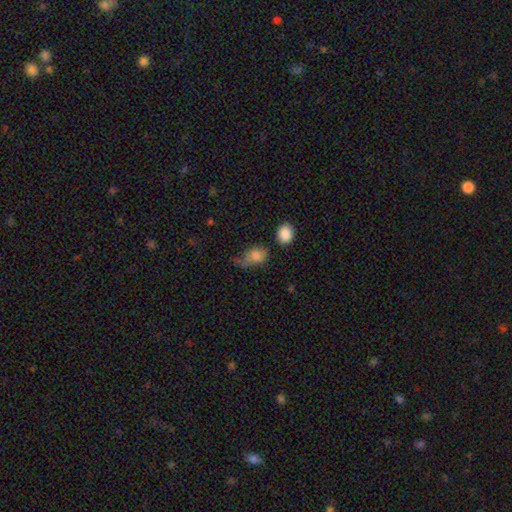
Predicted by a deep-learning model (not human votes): smooth 79%, star or artifact 11%, featured or disk 9%. Down the decision tree: how rounded — in between (66%); merging — minor disturbance (32%).